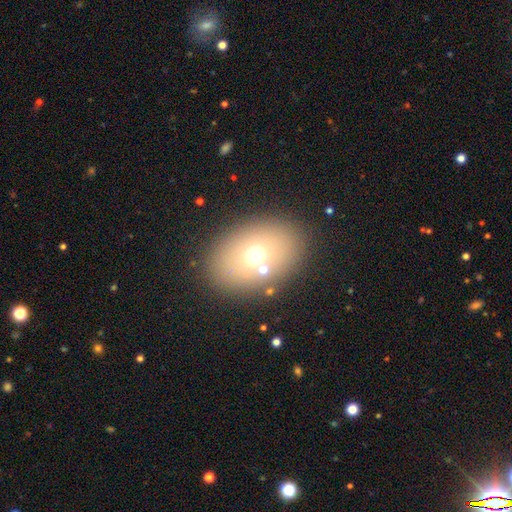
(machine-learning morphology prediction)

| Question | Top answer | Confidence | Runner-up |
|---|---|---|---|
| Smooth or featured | smooth | 66% | featured or disk (18%) |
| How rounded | in between | 68% | round (31%) |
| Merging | none | 83% | minor disturbance (9%) |